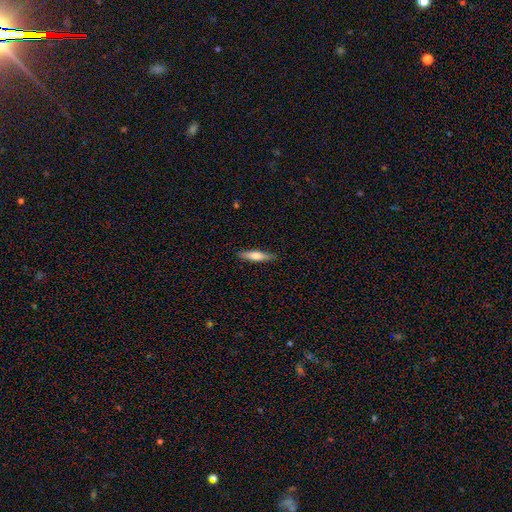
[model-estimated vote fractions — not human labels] smooth-or-featured: smooth: 60% | featured or disk: 34% | star or artifact: 6%
  how-rounded: cigar-shaped: 81% | in between: 17% | round: 2%
  merging: none: 88% | minor disturbance: 9% | major disturbance: 2% | merger: 1%